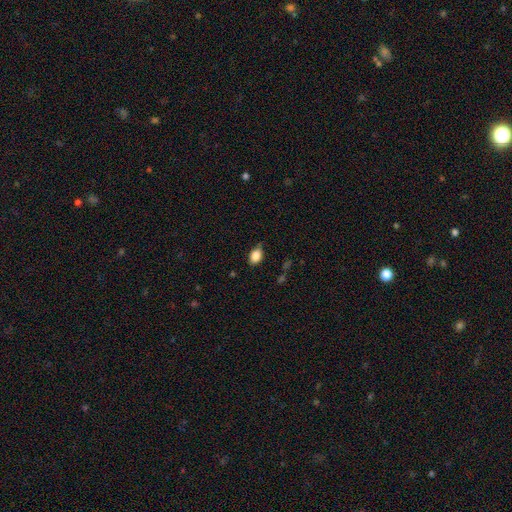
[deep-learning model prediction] Overall: smooth (85%). How rounded: in between (84%). Merging: none (77%).